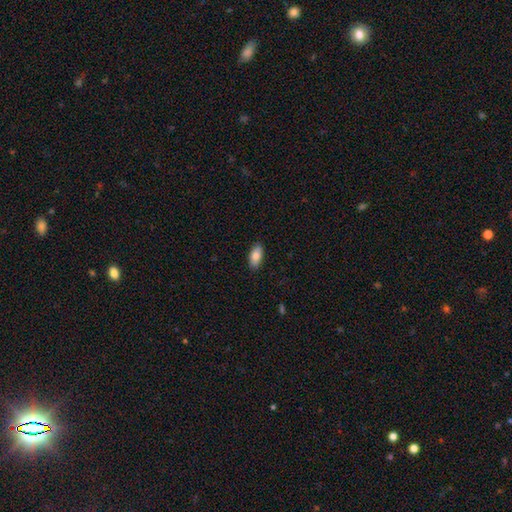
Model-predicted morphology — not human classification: Smooth or featured: smooth — 82% (featured or disk — 12%)
How rounded: in between — 91% (cigar-shaped — 6%)
Merging: none — 89% (minor disturbance — 8%)